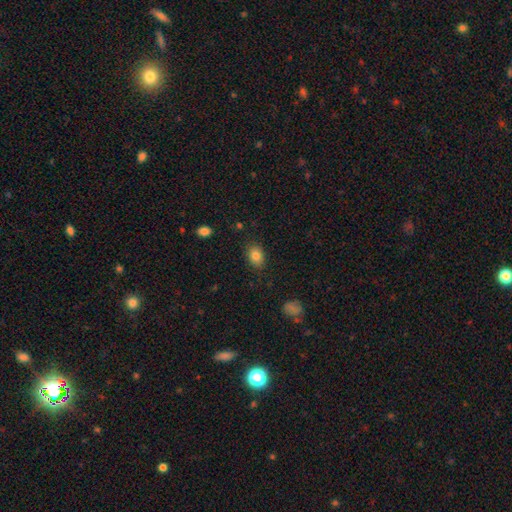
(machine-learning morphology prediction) A smooth galaxy with no disk features (83%) that is in between round and cigar-shaped (68%).

Vote fractions:
- Smooth or featured? smooth: 83% / star or artifact: 10% / featured or disk: 7%
- How rounded? in between: 68% / round: 31% / cigar-shaped: 1%
- Merging? none: 84% / minor disturbance: 12% / major disturbance: 3% / merger: 1%